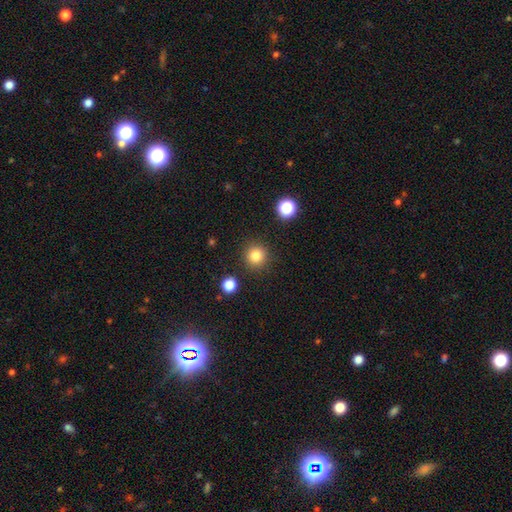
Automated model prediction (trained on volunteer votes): This appears to be a smooth galaxy with no disk features (83%) that is round (94%). Merging: none (90%).